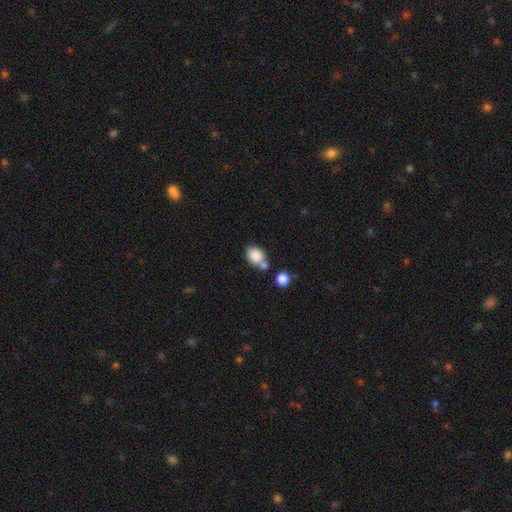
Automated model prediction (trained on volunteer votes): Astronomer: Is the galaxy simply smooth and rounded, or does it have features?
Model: smooth — 85%.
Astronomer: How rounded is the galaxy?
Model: in between — 53% (runner-up: round, 46%).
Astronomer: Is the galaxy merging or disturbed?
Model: none — 52% (runner-up: merger, 30%).